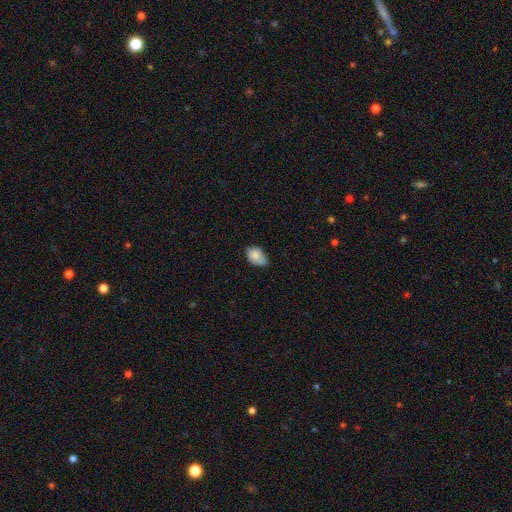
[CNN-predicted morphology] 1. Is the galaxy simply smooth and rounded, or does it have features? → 83% smooth, 9% featured or disk, 8% star or artifact.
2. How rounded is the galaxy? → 84% in between, 15% round, 1% cigar-shaped.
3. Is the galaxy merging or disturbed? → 56% none, 35% minor disturbance, 6% major disturbance, 2% merger.